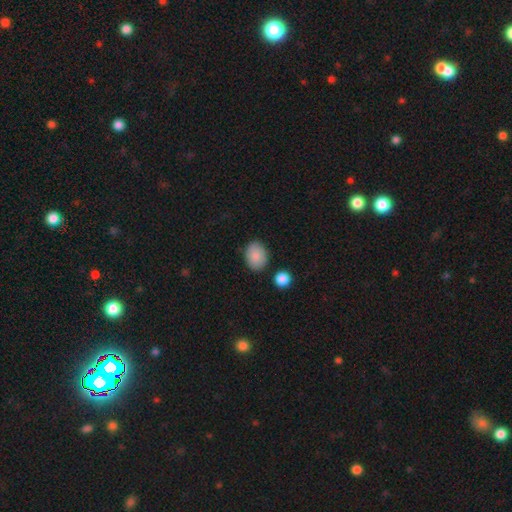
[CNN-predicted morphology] smooth_or_featured: smooth (p=0.86) [alt: featured or disk p=0.07]
how_rounded: in between (p=0.65) [alt: round p=0.34]
merging: none (p=0.83) [alt: minor disturbance p=0.12]